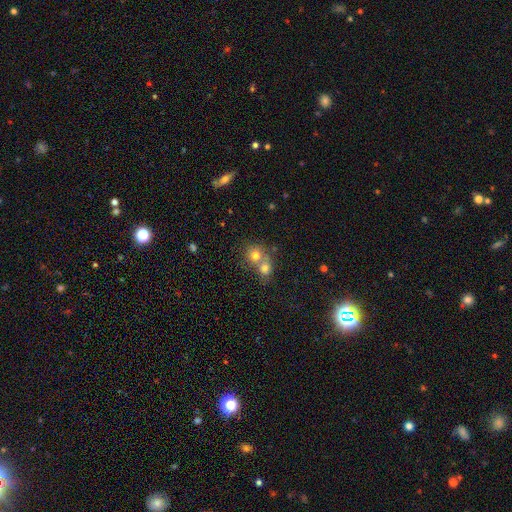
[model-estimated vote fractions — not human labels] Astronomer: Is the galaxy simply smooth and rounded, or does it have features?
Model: smooth — 73%.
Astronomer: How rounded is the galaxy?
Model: round — 82%.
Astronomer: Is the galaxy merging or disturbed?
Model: merger — 59%.